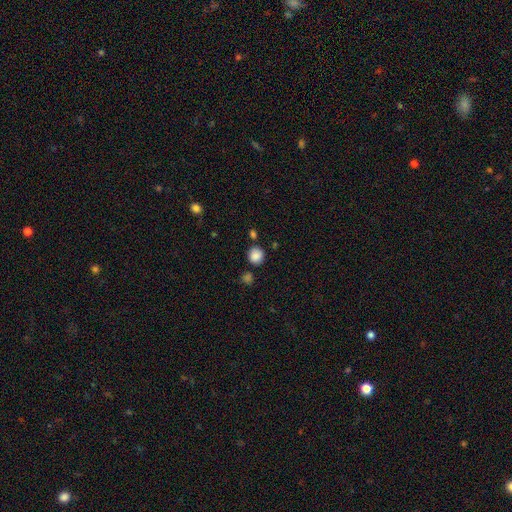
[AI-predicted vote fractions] Overall: smooth (86%). How rounded: round (87%). Merging: none (80%).